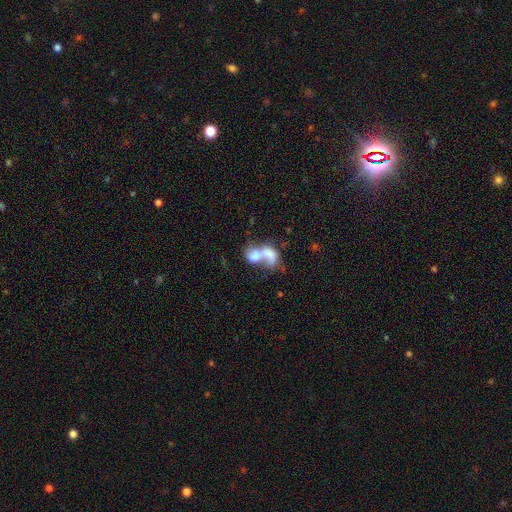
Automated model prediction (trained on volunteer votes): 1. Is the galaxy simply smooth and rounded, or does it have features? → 56% smooth, 35% featured or disk, 9% star or artifact.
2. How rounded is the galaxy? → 66% in between, 31% round, 2% cigar-shaped.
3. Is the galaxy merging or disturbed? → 78% merger, 9% major disturbance, 9% none, 4% minor disturbance.